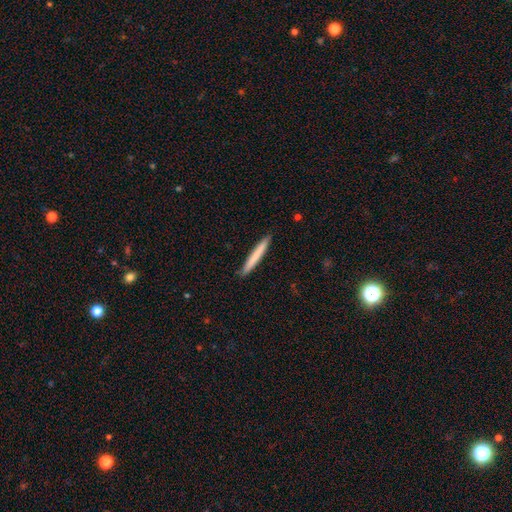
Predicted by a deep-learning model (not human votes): Smooth or featured: smooth — 74% (featured or disk — 21%)
How rounded: cigar-shaped — 97% (in between — 2%)
Merging: none — 91% (minor disturbance — 6%)